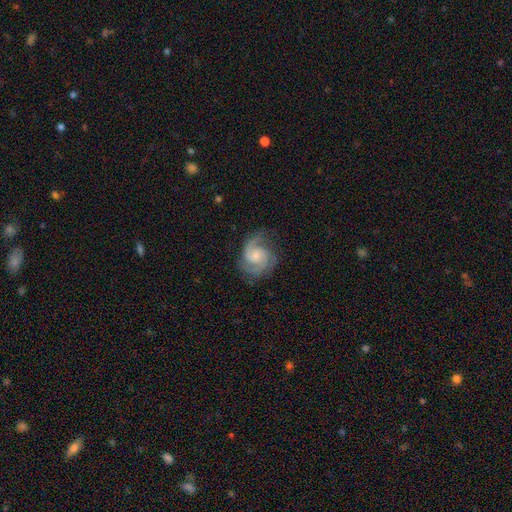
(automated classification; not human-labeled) Smooth or featured: featured or disk — 87% (smooth — 8%)
Edge-on disk: no — 98% (yes — 2%)
Bar: no — 66% (weak — 29%)
Spiral arms: yes — 98% (no — 2%)
Spiral winding: medium — 51% (tight — 35%)
Spiral arm count: 2 — 66% (3 — 18%)
Bulge size: small — 55% (moderate — 37%)
Merging: none — 72% (minor disturbance — 18%)